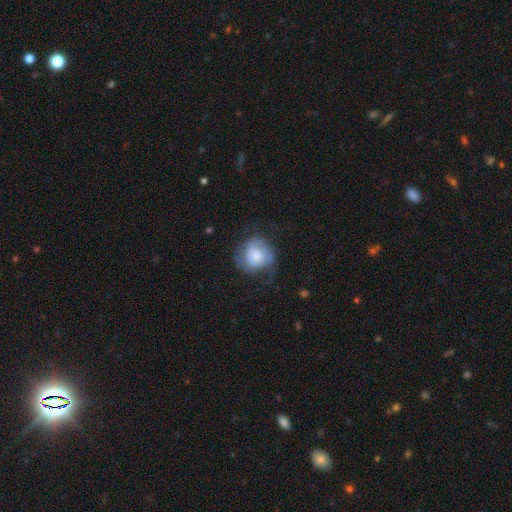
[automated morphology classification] A featured or disk galaxy (54%) with no bar (74%), spiral arms (82%) and a moderate central bulge (38%). Merging: none (55%).